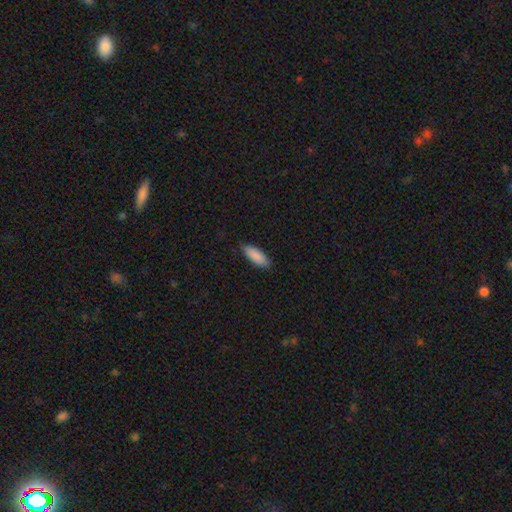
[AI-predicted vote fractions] smooth-or-featured: smooth: 89% | featured or disk: 6% | star or artifact: 6%
  how-rounded: in between: 68% | cigar-shaped: 30% | round: 1%
  merging: none: 84% | minor disturbance: 13% | major disturbance: 2% | merger: 1%